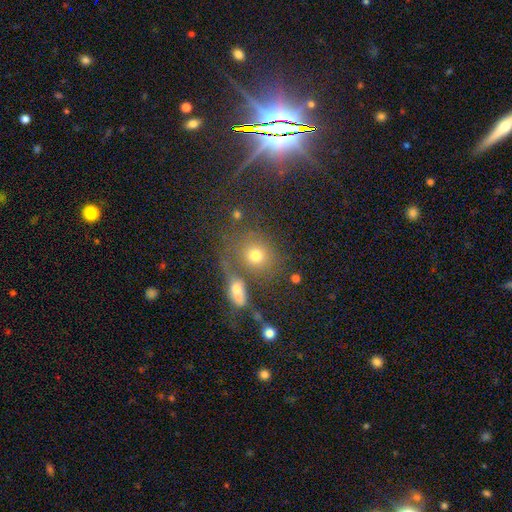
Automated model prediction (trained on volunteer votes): This appears to be a smooth galaxy with no disk features (70%) that is round (67%). Merging: none (51%).